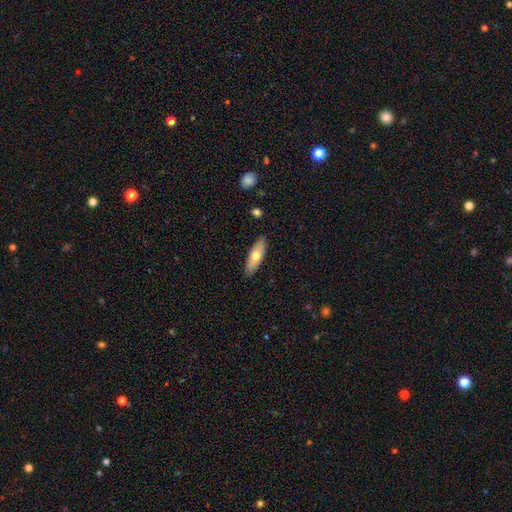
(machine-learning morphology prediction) Smooth or featured?
  - smooth: 63% *
  - featured or disk: 32%
  - star or artifact: 6%
How rounded?
  - in between: 59% *
  - cigar-shaped: 38%
  - round: 2%
Merging?
  - none: 88% *
  - minor disturbance: 9%
  - major disturbance: 2%
  - merger: 1%